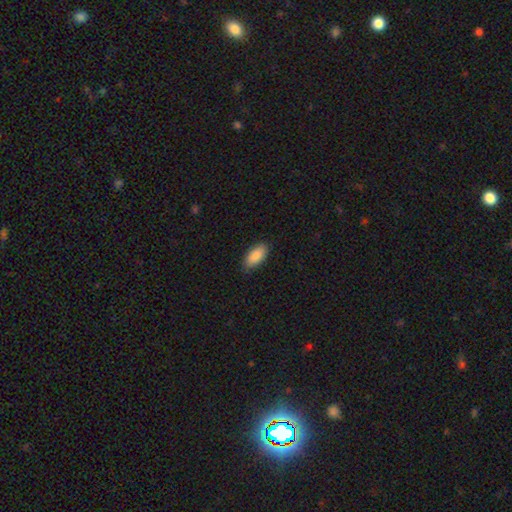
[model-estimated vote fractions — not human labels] A smooth galaxy with no disk features (88%) that is in between round and cigar-shaped (90%). Merging: none (86%).